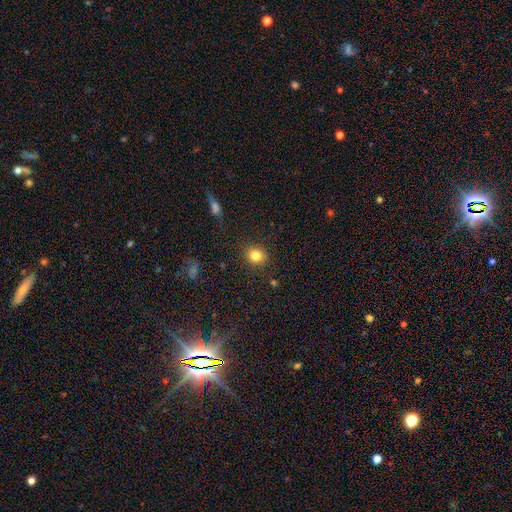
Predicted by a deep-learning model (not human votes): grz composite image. It shows a smooth galaxy with no disk features (83%) that is round (68%). Merging: none (87%).